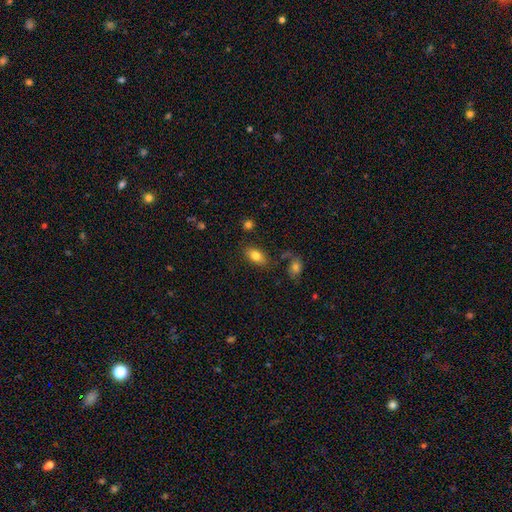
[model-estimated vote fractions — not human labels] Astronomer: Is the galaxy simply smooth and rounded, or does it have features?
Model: smooth — 80%.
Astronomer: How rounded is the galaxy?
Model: in between — 90%.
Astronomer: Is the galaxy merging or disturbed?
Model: none — 78%.